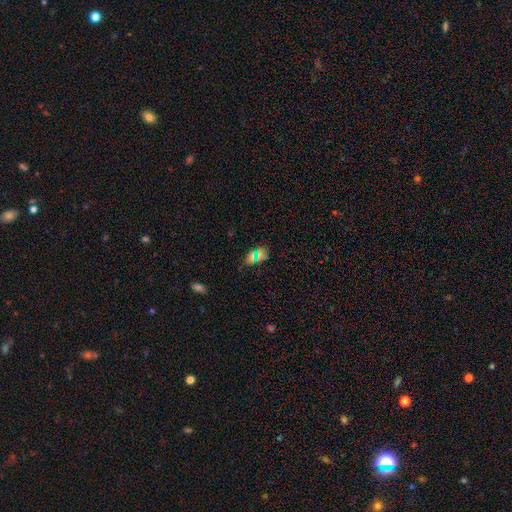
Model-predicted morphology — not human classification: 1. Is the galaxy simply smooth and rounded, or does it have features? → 57% smooth, 32% star or artifact, 10% featured or disk.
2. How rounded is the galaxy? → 76% in between, 18% round, 5% cigar-shaped.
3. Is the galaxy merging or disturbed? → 74% none, 14% minor disturbance, 6% merger, 6% major disturbance.